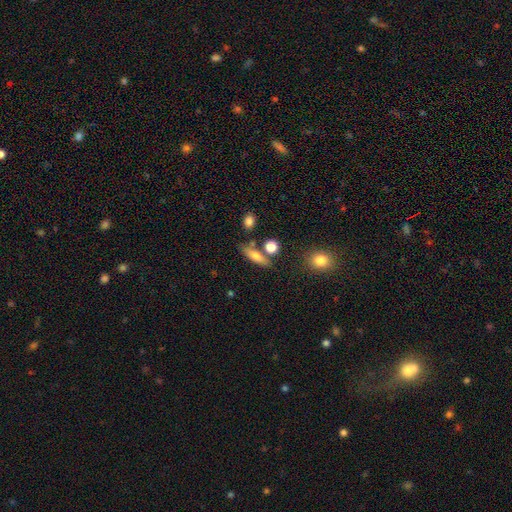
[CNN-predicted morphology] smooth_or_featured: smooth (p=0.71) [alt: featured or disk p=0.20]
how_rounded: cigar-shaped (p=0.50) [alt: in between p=0.41]
merging: none (p=0.70) [alt: minor disturbance p=0.13]